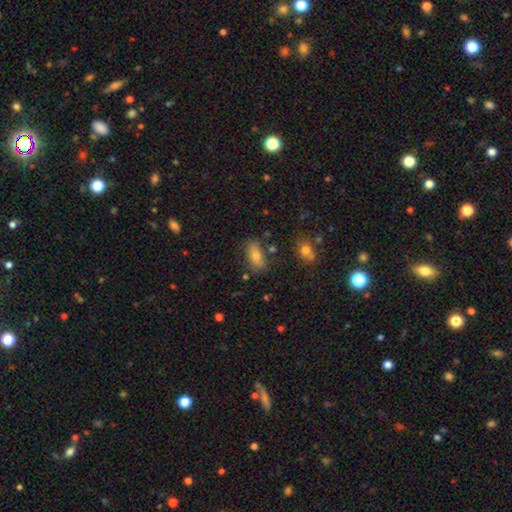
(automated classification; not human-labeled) Morphology: type=smooth (70%); roundness=in between (85%); merging=none (76%).